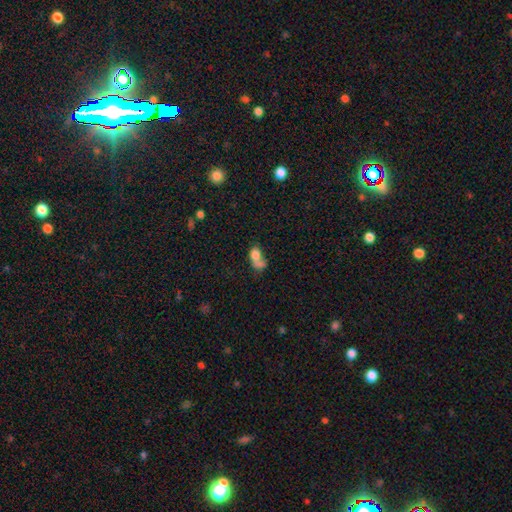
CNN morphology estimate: This appears to be a smooth galaxy with no disk features (68%) that is in between round and cigar-shaped (68%). Merging: merger (44%).